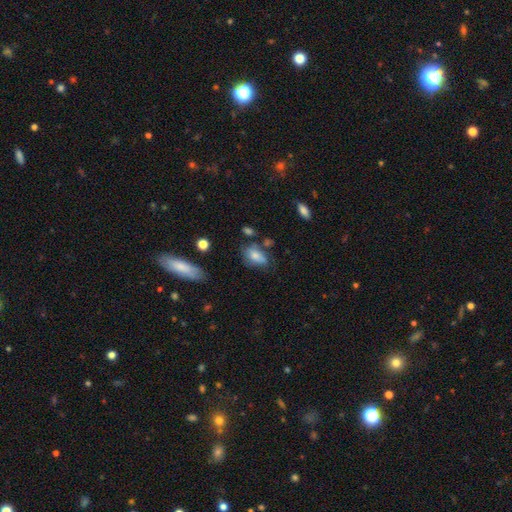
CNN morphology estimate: Smooth or featured: smooth — 73% (featured or disk — 18%)
How rounded: in between — 86% (round — 10%)
Merging: none — 50% (minor disturbance — 29%)